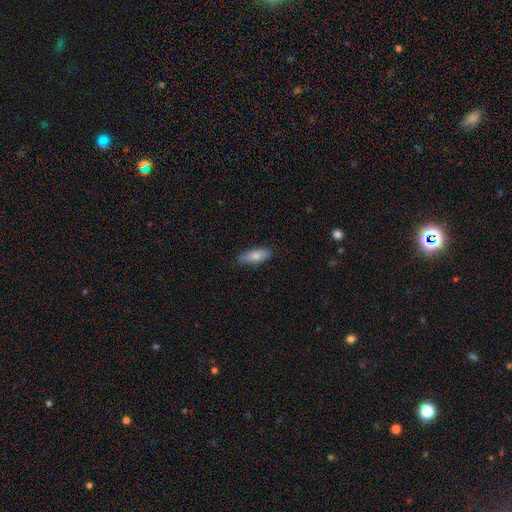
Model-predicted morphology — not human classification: smooth-or-featured: smooth: 74% | featured or disk: 20% | star or artifact: 6%
  how-rounded: in between: 63% | cigar-shaped: 35% | round: 2%
  merging: none: 87% | minor disturbance: 10% | major disturbance: 2% | merger: 1%